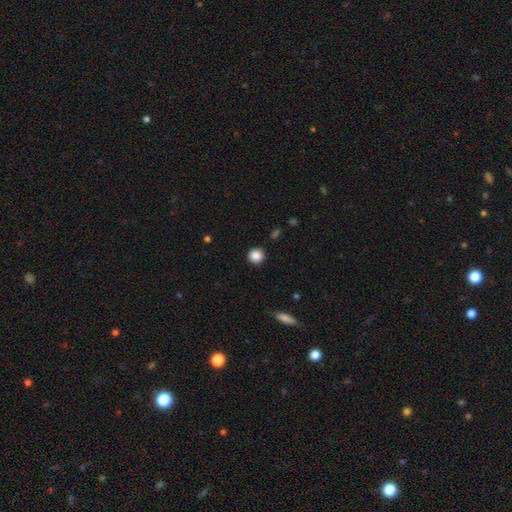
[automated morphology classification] This appears to be a smooth galaxy with no disk features (87%) that is round (92%). Merging: none (90%).